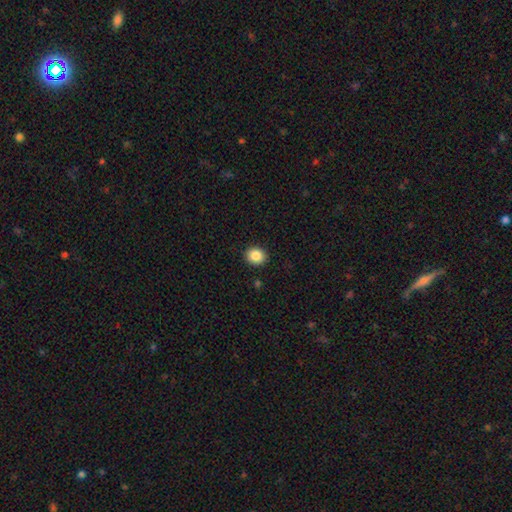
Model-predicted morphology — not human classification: smooth-or-featured: smooth: 87% | star or artifact: 9% | featured or disk: 4%
  how-rounded: round: 76% | in between: 23% | cigar-shaped: 1%
  merging: none: 92% | minor disturbance: 5% | major disturbance: 2% | merger: 1%